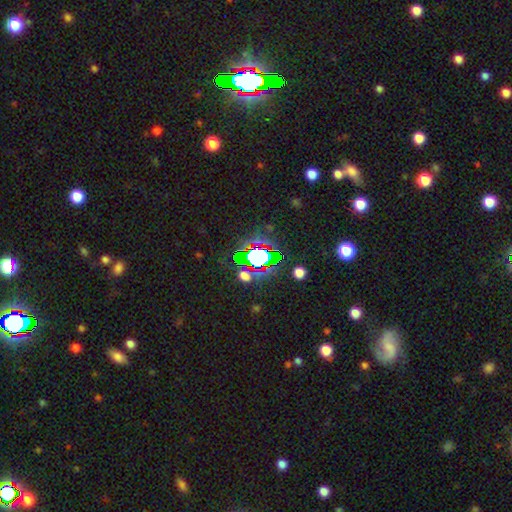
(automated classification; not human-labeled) smooth_or_featured: star or artifact (p=0.62) [alt: smooth p=0.25]